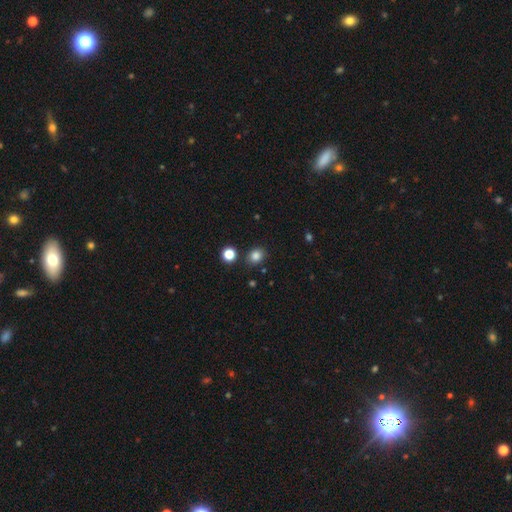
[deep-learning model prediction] smooth_or_featured: smooth (p=0.83) [alt: star or artifact p=0.13]
how_rounded: round (p=0.64) [alt: in between p=0.35]
merging: none (p=0.83) [alt: minor disturbance p=0.10]